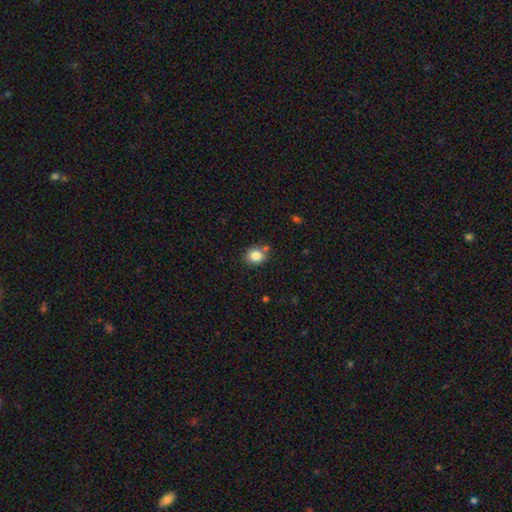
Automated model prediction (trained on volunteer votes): A smooth galaxy with no disk features (84%) that is round (63%).

Vote fractions:
- Smooth or featured? smooth: 84% / star or artifact: 10% / featured or disk: 6%
- How rounded? round: 63% / in between: 36% / cigar-shaped: 1%
- Merging? none: 72% / minor disturbance: 14% / merger: 11% / major disturbance: 3%